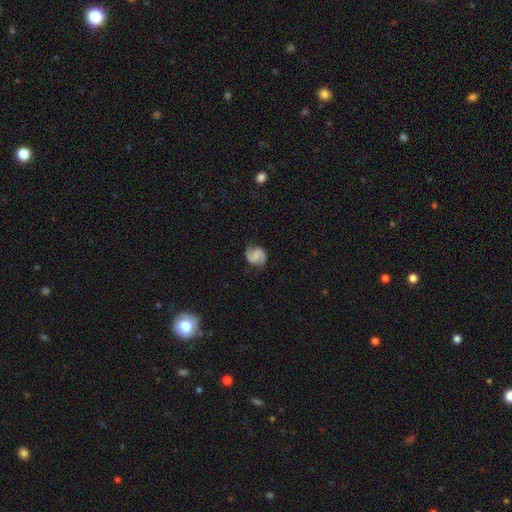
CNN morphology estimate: Smooth or featured: featured or disk — 83% (smooth — 11%)
Edge-on disk: no — 98% (yes — 2%)
Bar: no — 43% (weak — 42%)
Spiral arms: yes — 97% (no — 3%)
Spiral winding: medium — 52% (loose — 26%)
Spiral arm count: 2 — 93% (can't tell — 2%)
Bulge size: none — 50% (small — 31%)
Merging: none — 79% (minor disturbance — 15%)